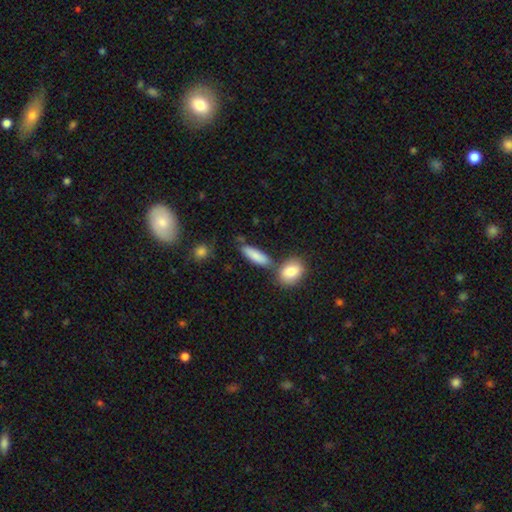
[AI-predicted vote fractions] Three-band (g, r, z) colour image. It shows a smooth galaxy with no disk features (85%) that is in between round and cigar-shaped (49%). Merging: none (65%).